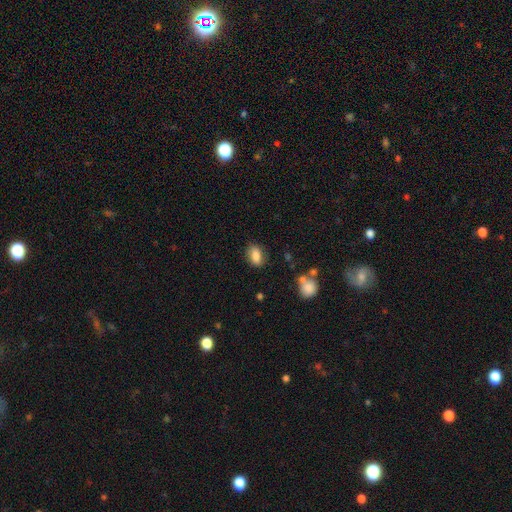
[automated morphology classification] This is clearly a smooth galaxy (84%). How rounded: clearly in between (86%). Merging: clearly none (80%).